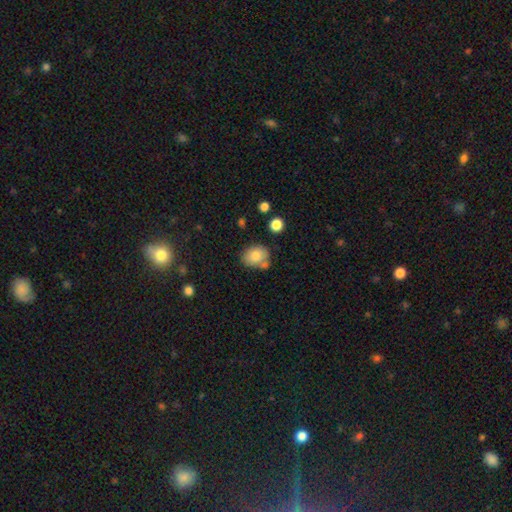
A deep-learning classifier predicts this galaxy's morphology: Smooth or featured? smooth (81%)
How rounded? in between (58%)
Merging? none (62%)